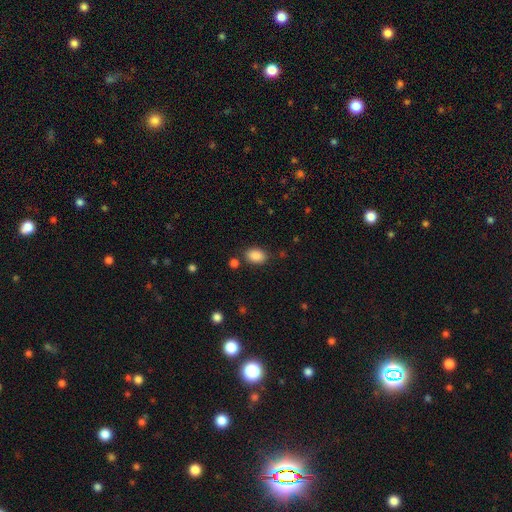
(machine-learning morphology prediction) A smooth galaxy with no disk features (88%) that is in between round and cigar-shaped (82%).

Vote fractions:
- Smooth or featured? smooth: 88% / star or artifact: 8% / featured or disk: 4%
- How rounded? in between: 82% / round: 17% / cigar-shaped: 1%
- Merging? none: 81% / minor disturbance: 12% / merger: 4% / major disturbance: 4%